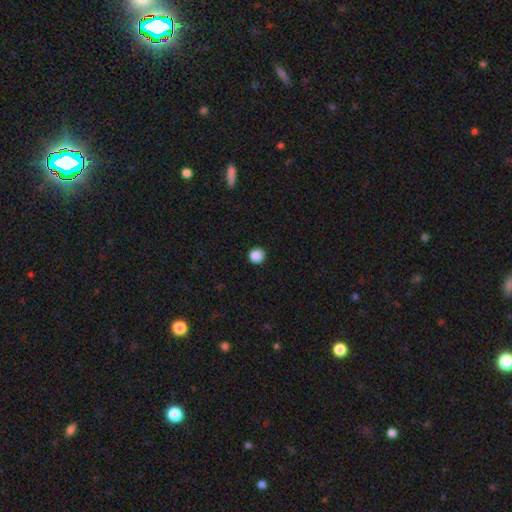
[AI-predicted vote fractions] This appears to be a smooth galaxy with no disk features (87%) that is round (95%). Merging: none (92%).